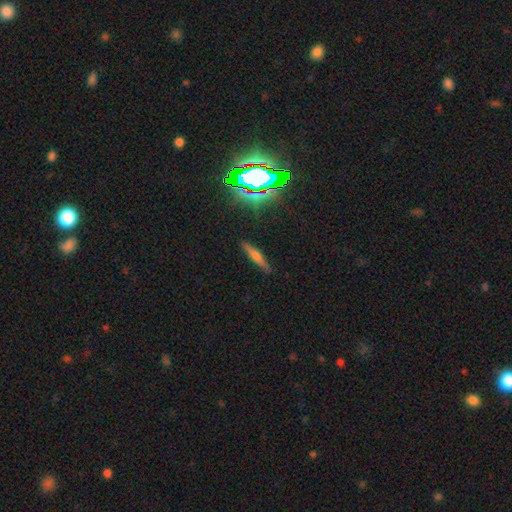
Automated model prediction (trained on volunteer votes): The model was most divided on "smooth or featured": smooth: 43%, featured or disk: 40%, star or artifact: 17%. More confident: merging — none (87%).